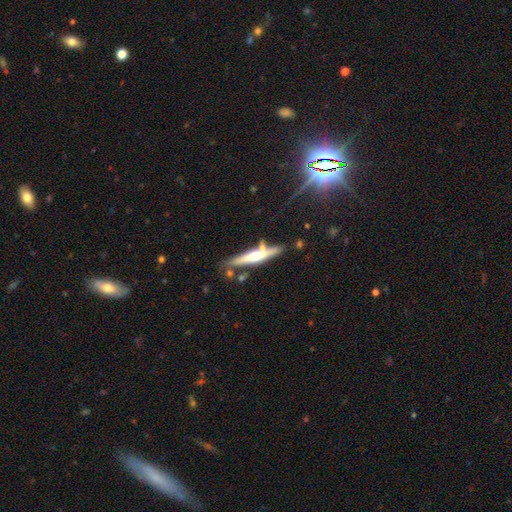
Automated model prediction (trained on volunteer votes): The model was most divided on "smooth or featured": featured or disk: 60%, smooth: 34%, star or artifact: 6%. More confident: edge-on disk — yes (94%); edge-on bulge — rounded (77%); merging — none (63%).